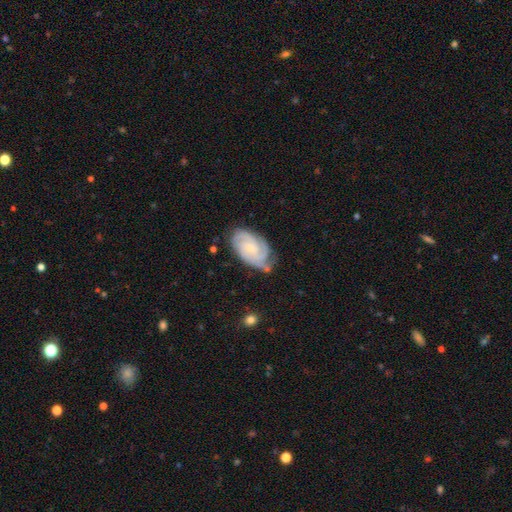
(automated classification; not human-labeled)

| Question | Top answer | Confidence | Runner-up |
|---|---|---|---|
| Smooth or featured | featured or disk | 82% | smooth (13%) |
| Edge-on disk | no | 97% | yes (3%) |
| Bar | no | 62% | weak (32%) |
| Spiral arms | yes | 97% | no (3%) |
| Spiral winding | tight | 64% | medium (30%) |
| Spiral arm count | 3 | 39% | 2 (21%) |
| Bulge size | small | 67% | moderate (24%) |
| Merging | none | 65% | minor disturbance (26%) |